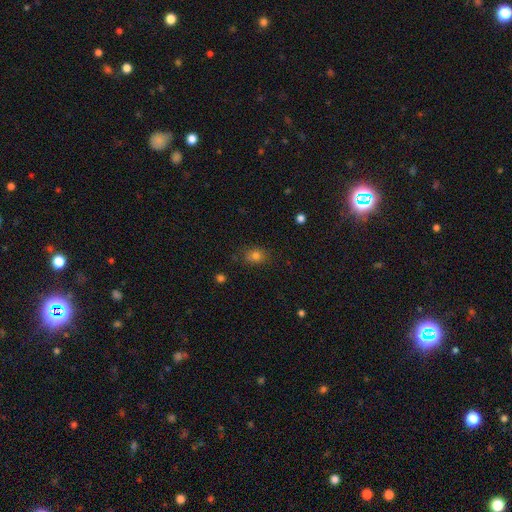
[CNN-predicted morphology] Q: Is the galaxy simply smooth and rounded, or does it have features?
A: smooth — 78%.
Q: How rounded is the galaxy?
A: in between — 53%.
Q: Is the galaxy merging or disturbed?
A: none — 76%.